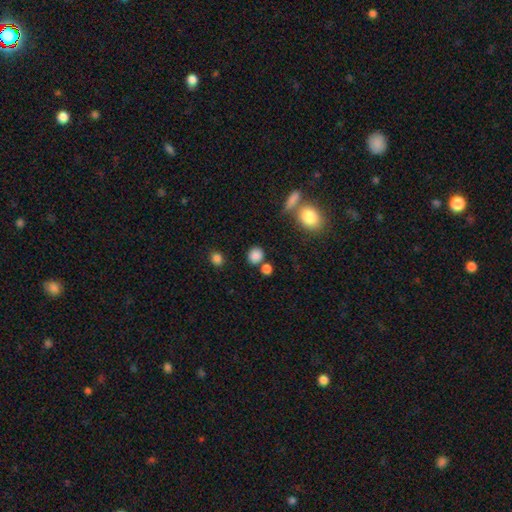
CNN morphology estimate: A smooth galaxy with no disk features (84%) that is round (80%).

Vote fractions:
- Smooth or featured? smooth: 84% / star or artifact: 12% / featured or disk: 5%
- How rounded? round: 80% / in between: 18% / cigar-shaped: 1%
- Merging? none: 74% / merger: 12% / minor disturbance: 10% / major disturbance: 4%